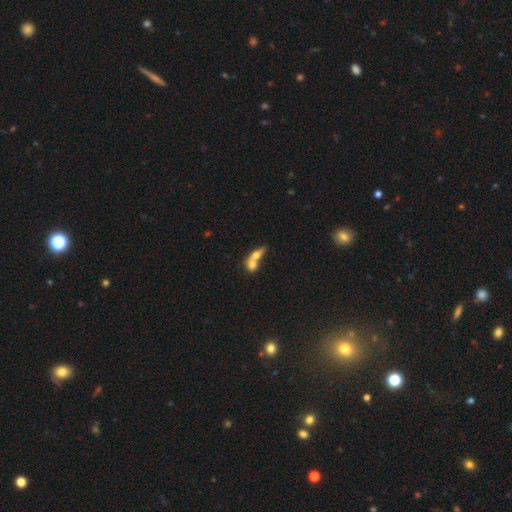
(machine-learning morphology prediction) Smooth or featured?
  - smooth: 63% *
  - featured or disk: 28%
  - star or artifact: 9%
How rounded?
  - in between: 53% *
  - round: 29%
  - cigar-shaped: 18%
Merging?
  - merger: 73% *
  - none: 17%
  - minor disturbance: 6%
  - major disturbance: 5%